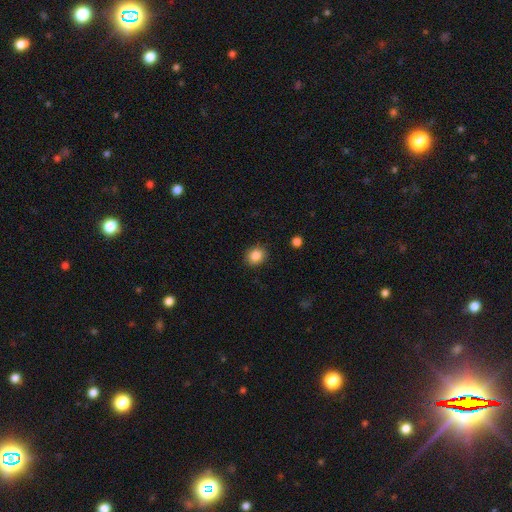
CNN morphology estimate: Smooth or featured? smooth (86%)
How rounded? round (64%)
Merging? none (89%)